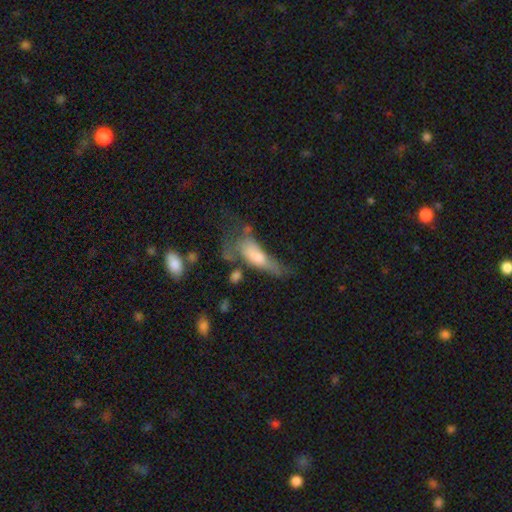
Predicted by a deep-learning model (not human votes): This appears to be a smooth galaxy with no disk features (59%) that is in between round and cigar-shaped (59%). Merging: major disturbance (45%).